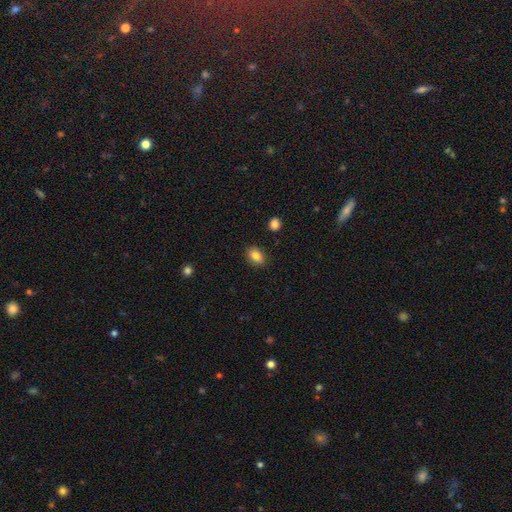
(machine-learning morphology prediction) This is clearly a smooth galaxy (85%). How rounded: clearly in between (81%). Merging: clearly none (88%).